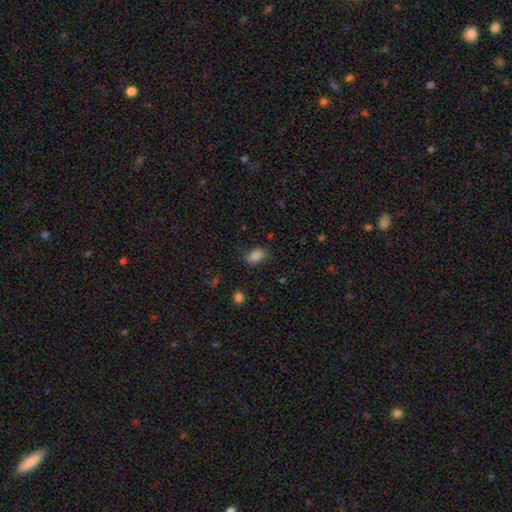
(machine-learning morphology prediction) Q: Smooth or featured?
A: smooth (86%); runner-up: star or artifact (10%)
Q: How rounded?
A: in between (87%); runner-up: round (11%)
Q: Merging?
A: none (78%); runner-up: minor disturbance (16%)